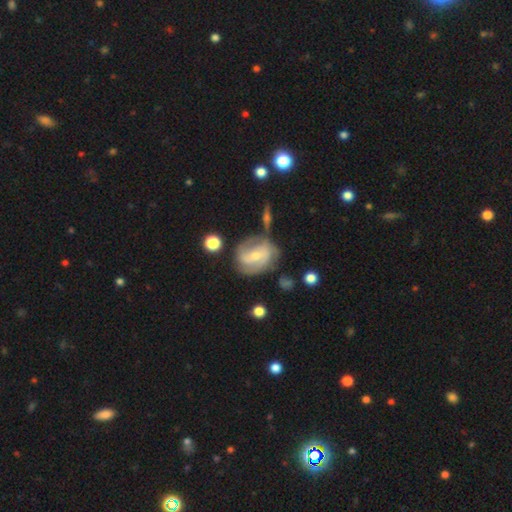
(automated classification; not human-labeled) Smooth or featured? Predicted: featured or disk (p=0.75). Edge-on disk? Predicted: no (p=0.96). Bar? Predicted: weak (p=0.44). Spiral arms? Predicted: yes (p=0.90). Spiral winding? Predicted: medium (p=0.44). Spiral arm count? Predicted: 2 (p=0.58). Bulge size? Predicted: small (p=0.54). Merging? Predicted: none (p=0.59).